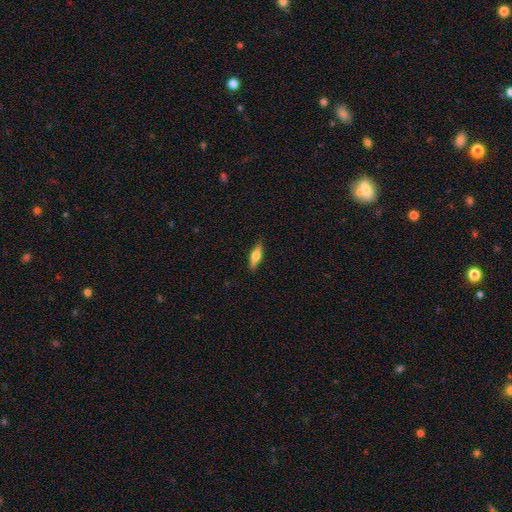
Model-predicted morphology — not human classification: Overall: smooth (66%; featured or disk 28%). How rounded: cigar-shaped (53%; in between 45%). Merging: none (87%).